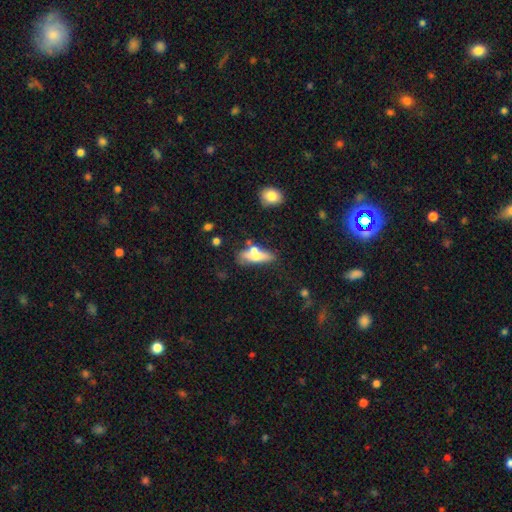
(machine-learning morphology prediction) A smooth galaxy with no disk features (59%) that is in between round and cigar-shaped (52%).

Vote fractions:
- Smooth or featured? smooth: 59% / featured or disk: 33% / star or artifact: 8%
- How rounded? in between: 52% / cigar-shaped: 44% / round: 4%
- Merging? none: 47% / merger: 26% / minor disturbance: 19% / major disturbance: 9%